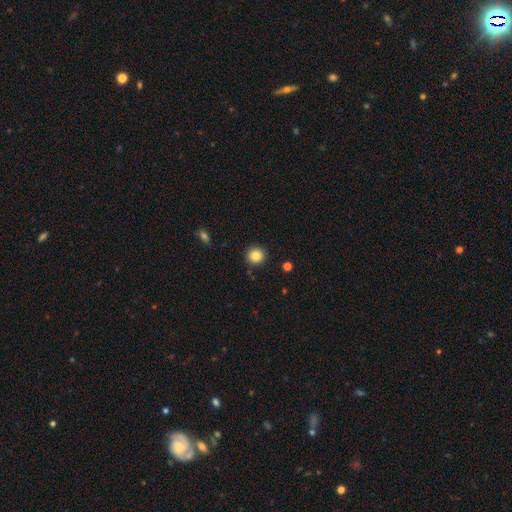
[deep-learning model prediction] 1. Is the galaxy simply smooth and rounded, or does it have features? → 83% smooth, 10% star or artifact, 6% featured or disk.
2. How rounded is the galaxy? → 92% round, 7% in between, 1% cigar-shaped.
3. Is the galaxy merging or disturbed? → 91% none, 6% minor disturbance, 2% major disturbance, 1% merger.